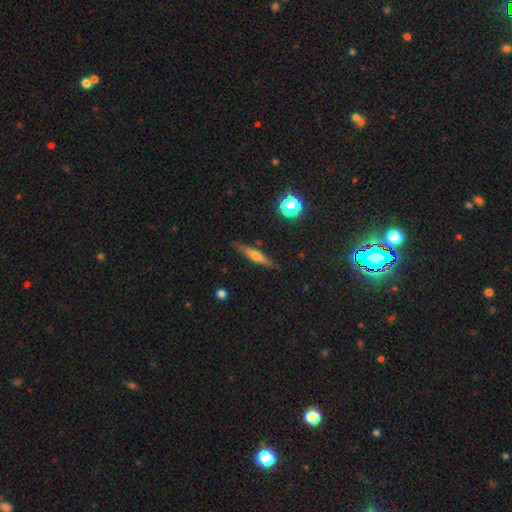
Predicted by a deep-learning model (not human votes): smooth-or-featured: featured or disk: 49% | smooth: 43% | star or artifact: 8%
  merging: none: 85% | minor disturbance: 11% | major disturbance: 2% | merger: 2%